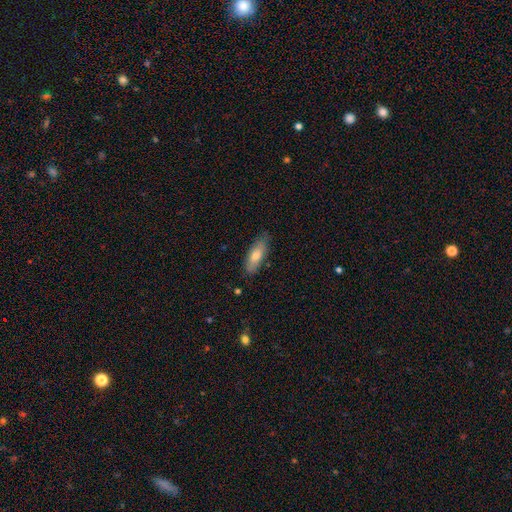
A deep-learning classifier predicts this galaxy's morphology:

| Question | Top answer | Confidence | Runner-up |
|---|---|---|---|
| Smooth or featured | smooth | 71% | featured or disk (23%) |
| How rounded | in between | 57% | cigar-shaped (41%) |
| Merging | none | 82% | minor disturbance (15%) |